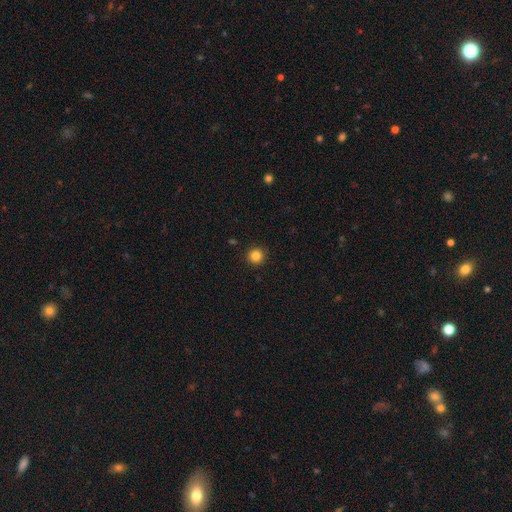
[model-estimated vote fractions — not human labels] smooth_or_featured: smooth (p=0.85) [alt: star or artifact p=0.11]
how_rounded: round (p=0.96) [alt: in between p=0.03]
merging: none (p=0.93) [alt: minor disturbance p=0.05]